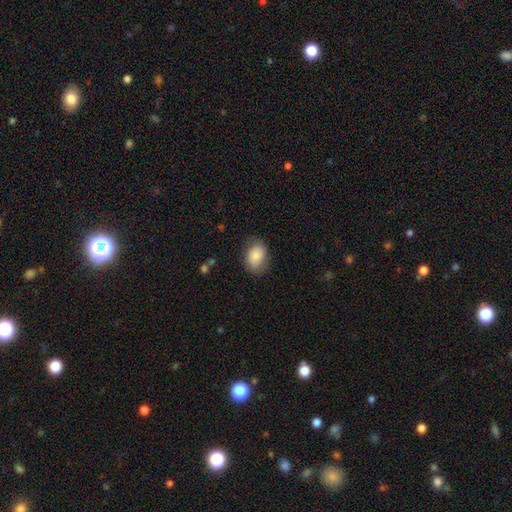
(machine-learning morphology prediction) smooth_or_featured: smooth (p=0.82) [alt: featured or disk p=0.11]
how_rounded: in between (p=0.79) [alt: round p=0.20]
merging: none (p=0.72) [alt: minor disturbance p=0.20]